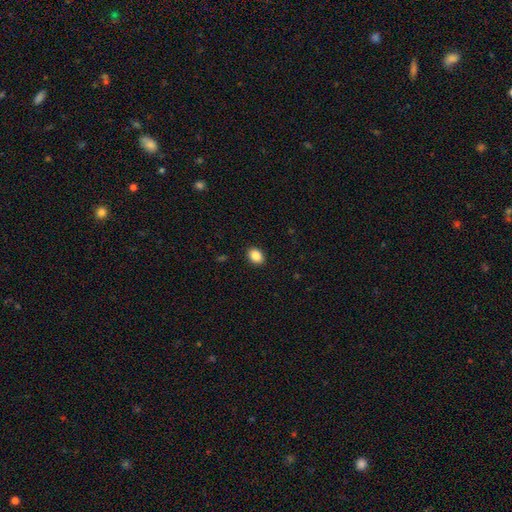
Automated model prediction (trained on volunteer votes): Smooth or featured: smooth — 88% (star or artifact — 9%)
How rounded: in between — 65% (round — 34%)
Merging: none — 91% (minor disturbance — 6%)